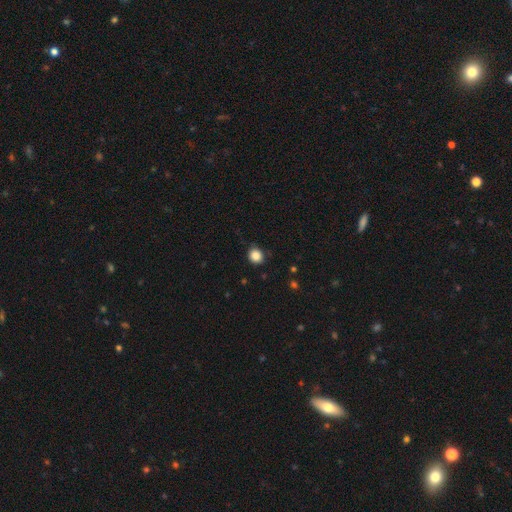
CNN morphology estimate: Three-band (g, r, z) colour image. It shows a smooth galaxy with no disk features (86%) that is round (78%). Merging: none (83%).